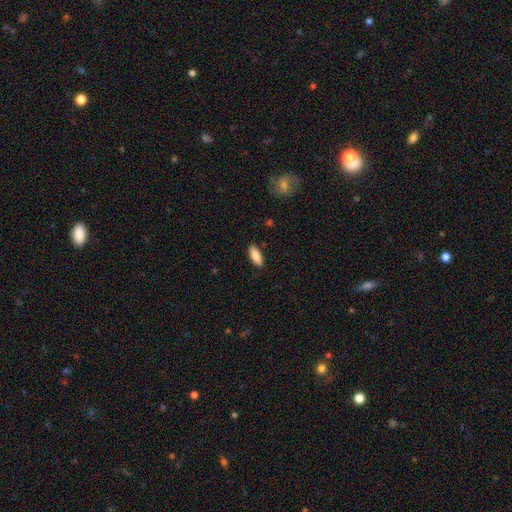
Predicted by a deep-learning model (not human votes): smooth 88%, star or artifact 6%, featured or disk 6%. Down the decision tree: how rounded — in between (77%); merging — none (88%).